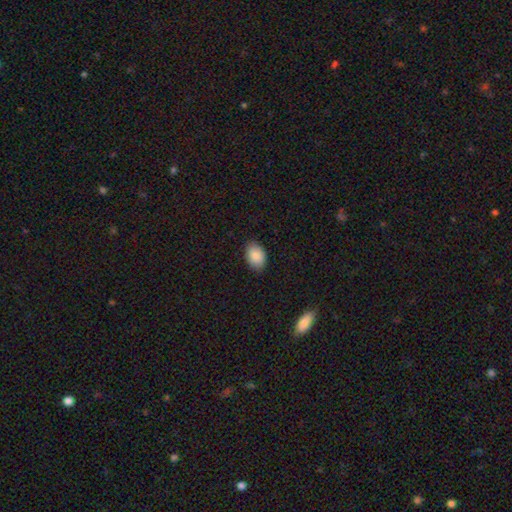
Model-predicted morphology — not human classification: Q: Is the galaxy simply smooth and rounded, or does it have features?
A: smooth — 88%.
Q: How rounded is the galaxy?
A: in between — 86%.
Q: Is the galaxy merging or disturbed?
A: none — 85%.